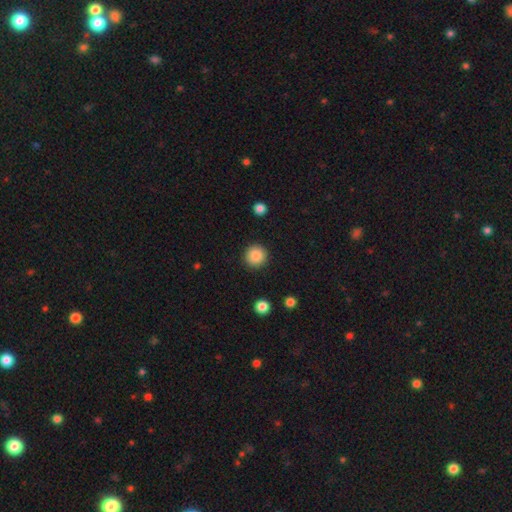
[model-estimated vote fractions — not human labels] Smooth or featured? smooth (87%)
How rounded? round (95%)
Merging? none (92%)